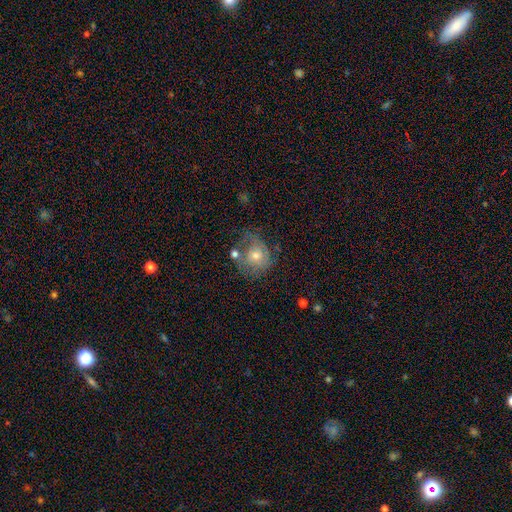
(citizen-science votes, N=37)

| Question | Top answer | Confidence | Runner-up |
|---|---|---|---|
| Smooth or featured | featured or disk | 70% | smooth (27%) |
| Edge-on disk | no | 100% | — |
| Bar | no | 81% | weak (12%) |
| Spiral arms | yes | 58% | no (42%) |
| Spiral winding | tight | 60% | medium (33%) |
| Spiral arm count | can't tell | 47% | 2 (40%) |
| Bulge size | small | 65% | moderate (35%) |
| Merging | none | 36% | minor disturbance (28%) |